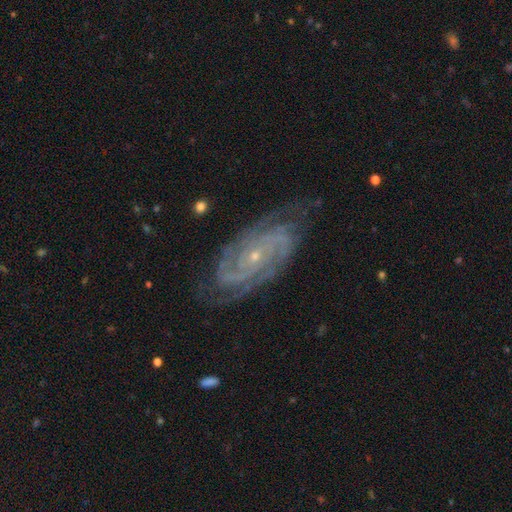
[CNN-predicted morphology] type=featured or disk (89%); edge-on=no (96%); bar=no (69%); spiral arms=yes (98%); winding=tight (61%); arm count=2 (39%); bulge=small (82%); merging=none (75%).